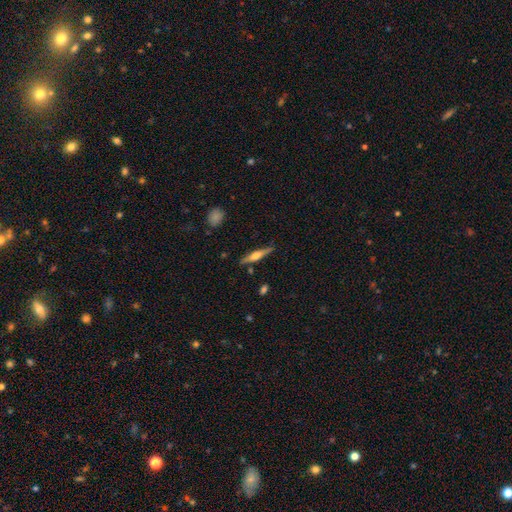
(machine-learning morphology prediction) Q: Smooth or featured?
A: featured or disk (64%); runner-up: smooth (30%)
Q: Edge-on disk?
A: yes (97%); runner-up: no (3%)
Q: Edge-on bulge?
A: rounded (87%); runner-up: boxy (9%)
Q: Merging?
A: none (85%); runner-up: minor disturbance (11%)